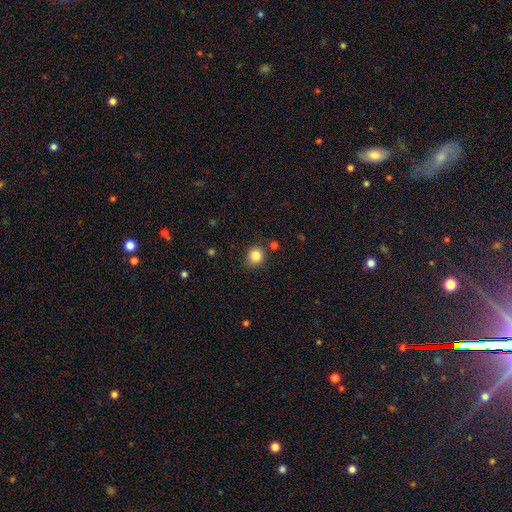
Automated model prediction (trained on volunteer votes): This is clearly a smooth galaxy (85%). How rounded: clearly round (87%). Merging: clearly none (84%).